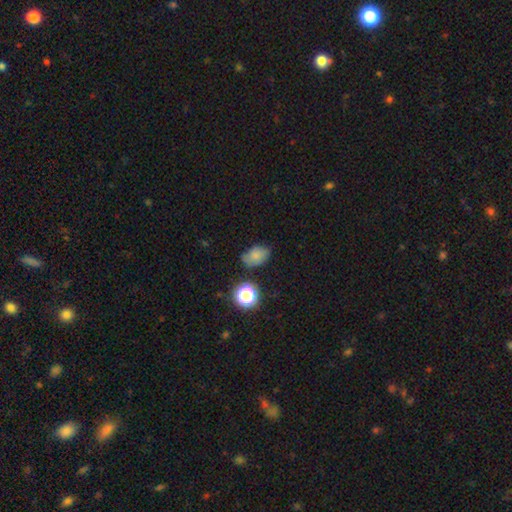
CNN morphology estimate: The model was most divided on "merging": none: 65%, minor disturbance: 25%, major disturbance: 6%, merger: 4%. More confident: how rounded — in between (80%); smooth or featured — smooth (73%).